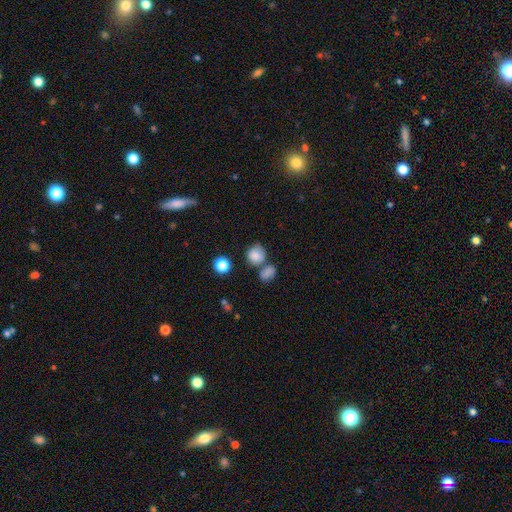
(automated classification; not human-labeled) This appears to be a smooth galaxy with no disk features (80%) that is round (76%). Merging: none (53%).